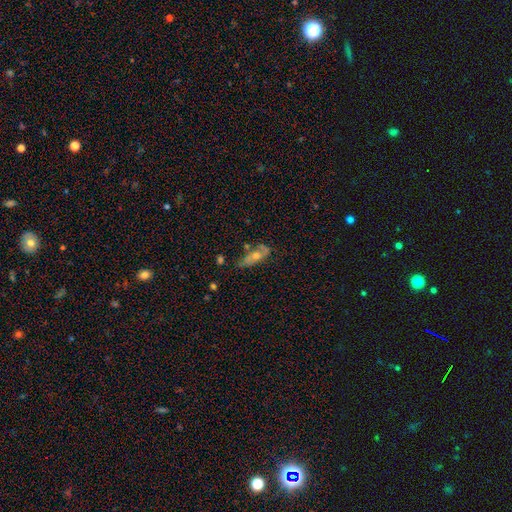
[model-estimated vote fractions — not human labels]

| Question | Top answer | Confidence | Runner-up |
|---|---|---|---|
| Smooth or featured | featured or disk | 51% | smooth (37%) |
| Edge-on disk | no | 61% | yes (39%) |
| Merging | none | 54% | minor disturbance (26%) |